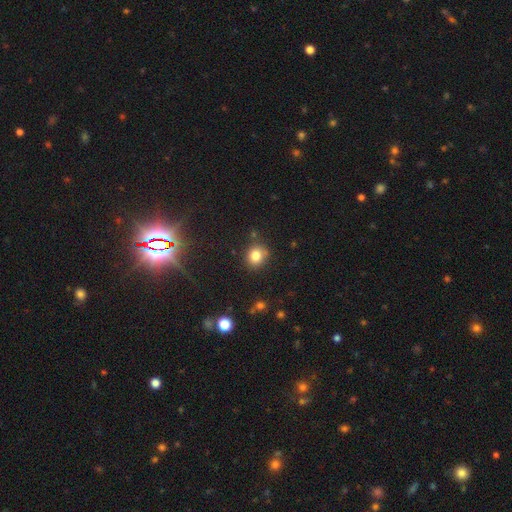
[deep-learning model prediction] Smooth or featured? smooth (81%)
How rounded? round (78%)
Merging? none (76%)